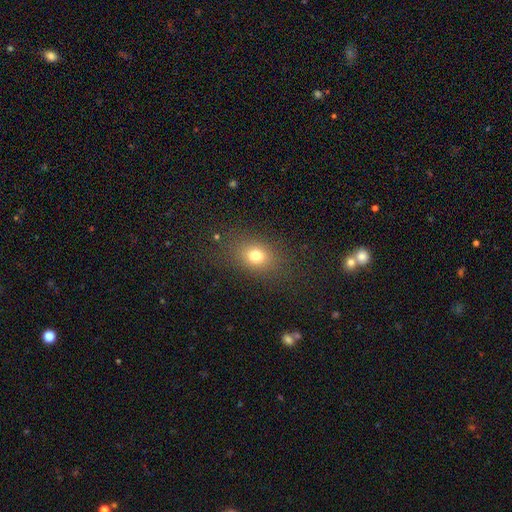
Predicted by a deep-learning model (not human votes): Q: Smooth or featured?
A: smooth (77%); runner-up: star or artifact (14%)
Q: How rounded?
A: in between (58%); runner-up: round (40%)
Q: Merging?
A: none (81%); runner-up: minor disturbance (12%)